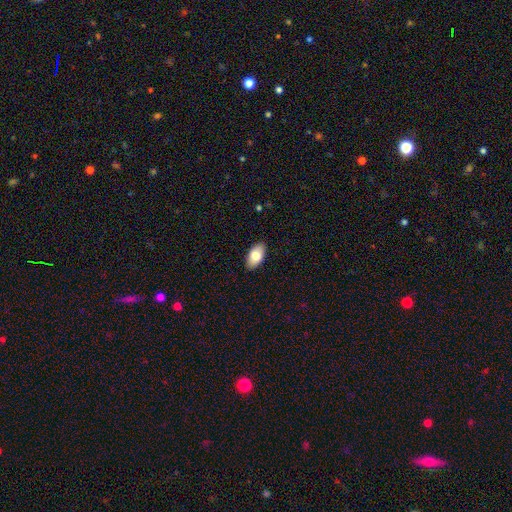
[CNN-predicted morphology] Q: Smooth or featured?
A: smooth (78%); runner-up: featured or disk (16%)
Q: How rounded?
A: in between (94%); runner-up: round (4%)
Q: Merging?
A: none (89%); runner-up: minor disturbance (9%)